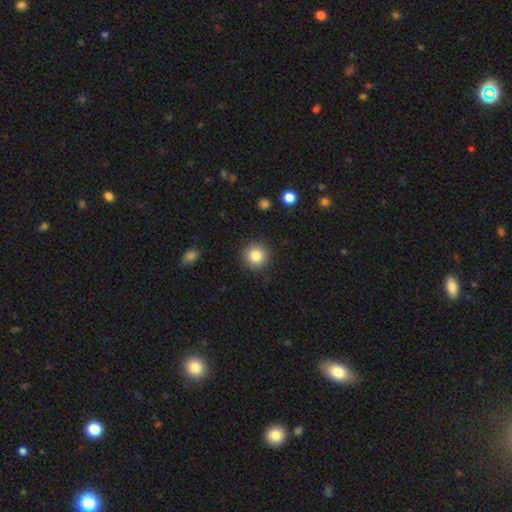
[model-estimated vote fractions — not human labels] The model was most divided on "smooth or featured": smooth: 84%, star or artifact: 10%, featured or disk: 6%. More confident: how rounded — round (95%); merging — none (91%).